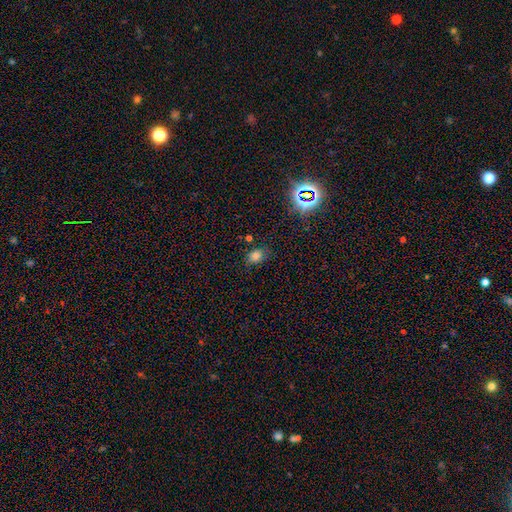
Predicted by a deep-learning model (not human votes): Morphology: type=smooth (74%); roundness=in between (67%); merging=none (76%).